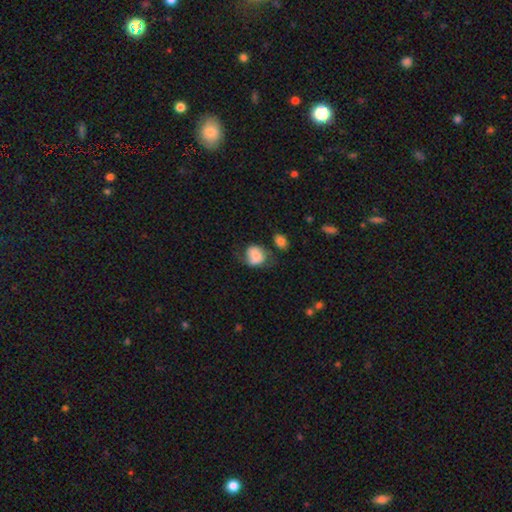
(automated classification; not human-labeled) Overall: smooth (62%; featured or disk 30%). How rounded: round (54%; in between 45%). Merging: none (44%; minor disturbance 30%).